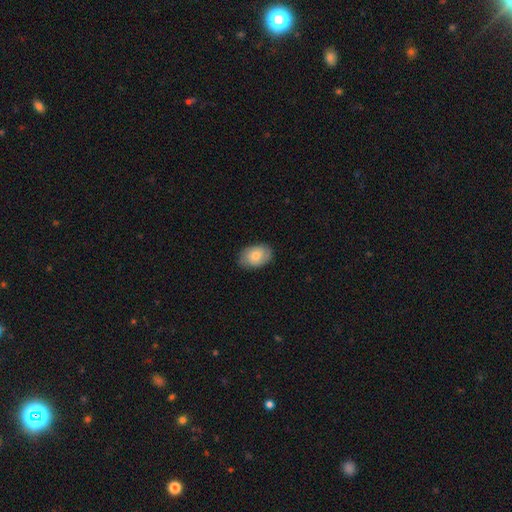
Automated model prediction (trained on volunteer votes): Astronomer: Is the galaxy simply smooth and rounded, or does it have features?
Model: smooth — 75%.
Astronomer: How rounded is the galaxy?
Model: in between — 84%.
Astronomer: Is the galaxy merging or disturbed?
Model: none — 82%.